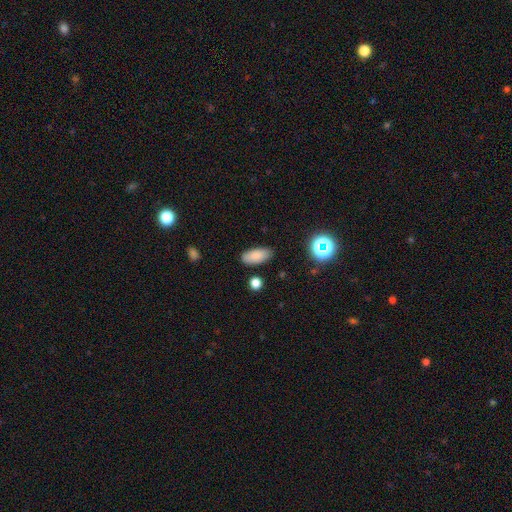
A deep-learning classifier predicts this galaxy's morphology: A smooth galaxy with no disk features (84%) that is in between round and cigar-shaped (87%). Merging: none (84%).